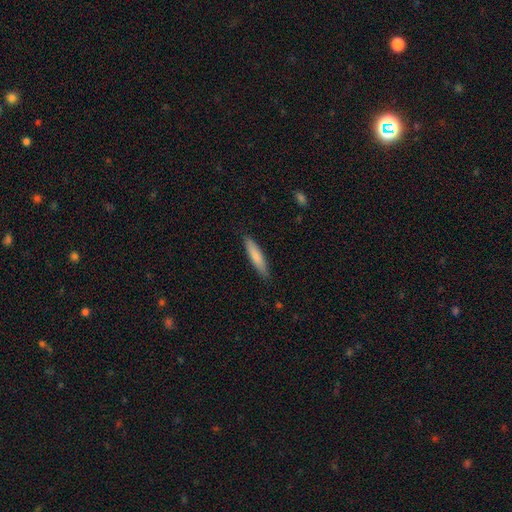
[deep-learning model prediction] smooth 79%, featured or disk 16%, star or artifact 6%. Down the decision tree: how rounded — cigar-shaped (85%); merging — none (87%).